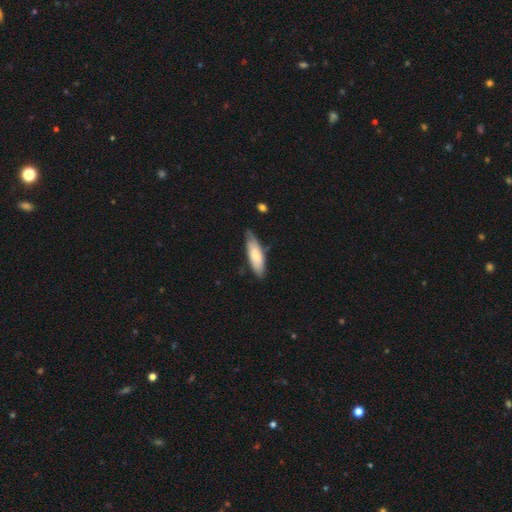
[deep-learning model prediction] Smooth or featured: smooth — 70% (featured or disk — 25%)
How rounded: in between — 52% (cigar-shaped — 46%)
Merging: none — 70% (minor disturbance — 24%)